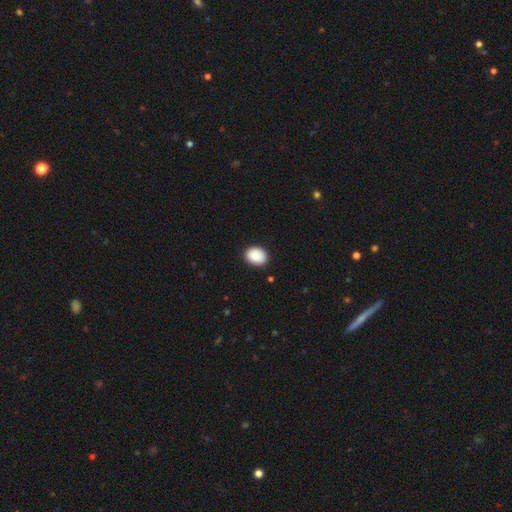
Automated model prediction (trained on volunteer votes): This appears to be a smooth galaxy with no disk features (88%) that is in between round and cigar-shaped (60%). Merging: none (87%).